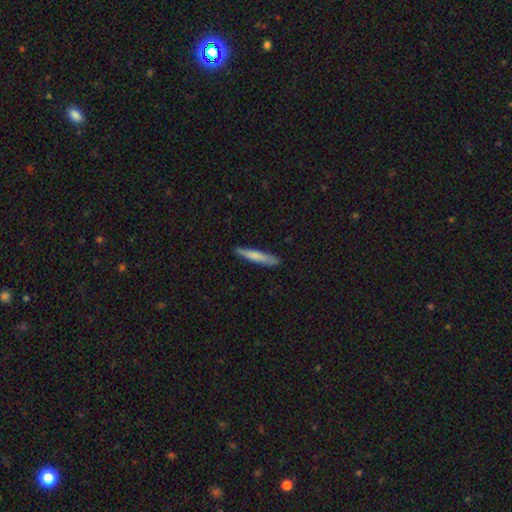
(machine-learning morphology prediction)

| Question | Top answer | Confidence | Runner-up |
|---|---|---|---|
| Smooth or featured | smooth | 72% | featured or disk (23%) |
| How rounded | cigar-shaped | 93% | in between (5%) |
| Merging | none | 86% | minor disturbance (11%) |